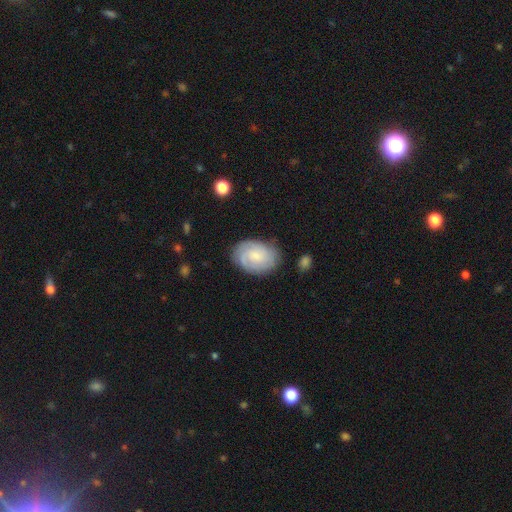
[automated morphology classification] featured or disk 53%, smooth 40%, star or artifact 7%. Down the decision tree: edge-on disk — no (97%); bar — no (63%); spiral arms — yes (88%); bulge size — small (47%); merging — none (76%).